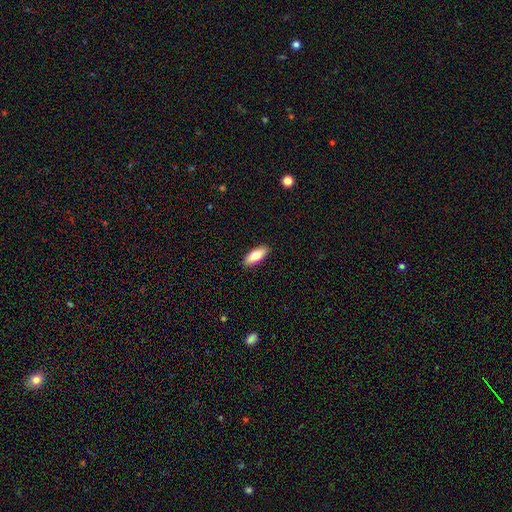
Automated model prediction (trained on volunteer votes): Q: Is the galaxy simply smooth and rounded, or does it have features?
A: smooth — 80%.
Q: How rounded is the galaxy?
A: in between — 74%.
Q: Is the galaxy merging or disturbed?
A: none — 90%.